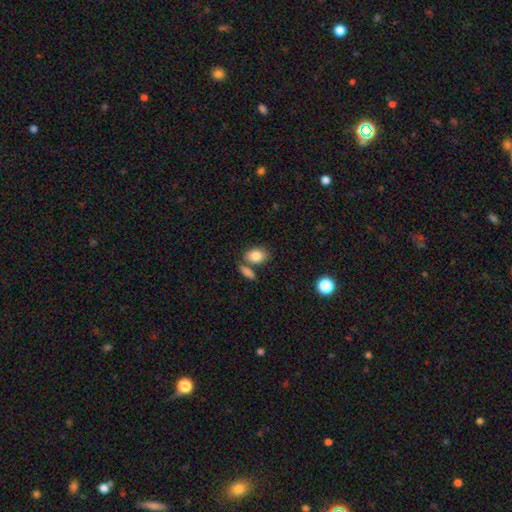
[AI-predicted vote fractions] smooth-or-featured: smooth: 84% | featured or disk: 8% | star or artifact: 8%
  how-rounded: in between: 76% | round: 22% | cigar-shaped: 2%
  merging: none: 61% | merger: 22% | minor disturbance: 13% | major disturbance: 4%